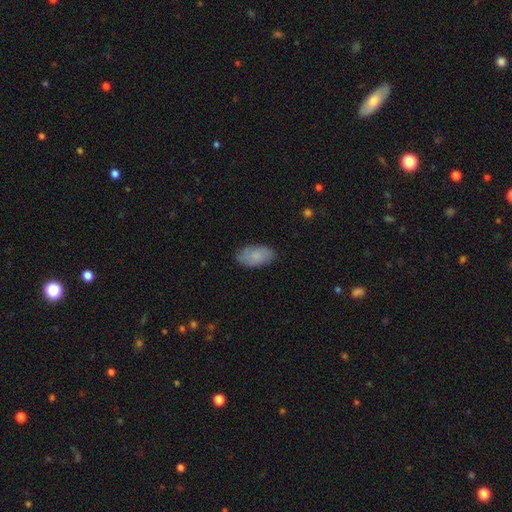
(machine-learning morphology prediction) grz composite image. It shows a smooth galaxy with no disk features (75%) that is in between round and cigar-shaped (94%). Merging: none (78%).